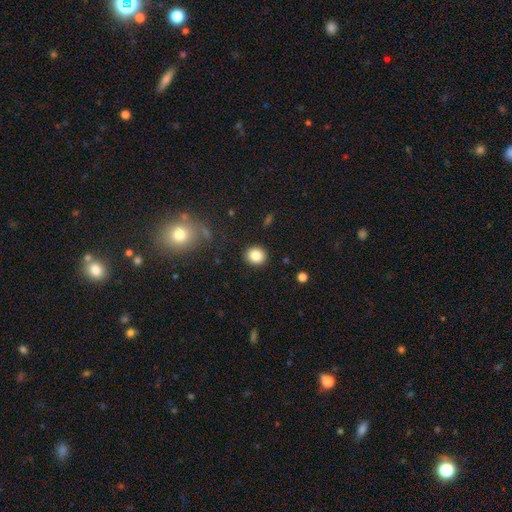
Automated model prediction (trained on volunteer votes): smooth 85%, star or artifact 10%, featured or disk 5%. Down the decision tree: how rounded — round (86%); merging — none (90%).